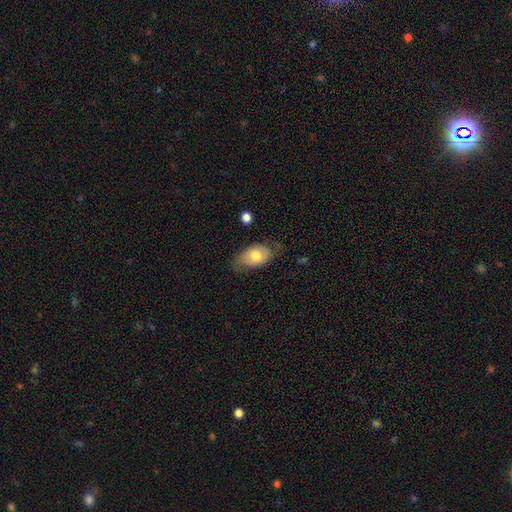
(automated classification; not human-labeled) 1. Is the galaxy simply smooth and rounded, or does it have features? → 68% smooth, 26% featured or disk, 7% star or artifact.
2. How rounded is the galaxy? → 89% in between, 9% round, 2% cigar-shaped.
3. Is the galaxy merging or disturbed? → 60% none, 30% minor disturbance, 8% major disturbance, 2% merger.